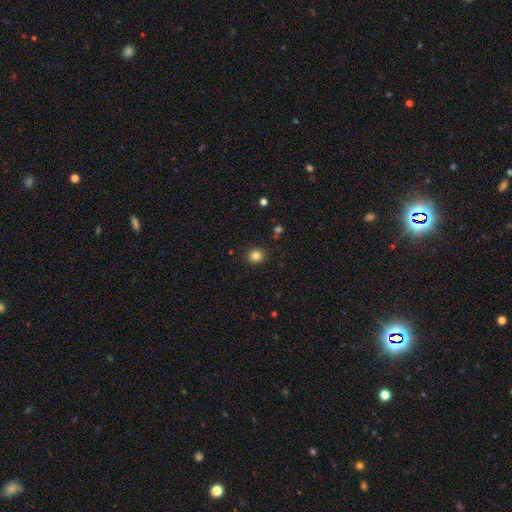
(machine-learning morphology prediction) Smooth or featured?
  - smooth: 83% *
  - star or artifact: 12%
  - featured or disk: 5%
How rounded?
  - round: 86% *
  - in between: 14%
  - cigar-shaped: 1%
Merging?
  - none: 90% *
  - minor disturbance: 7%
  - major disturbance: 2%
  - merger: 2%